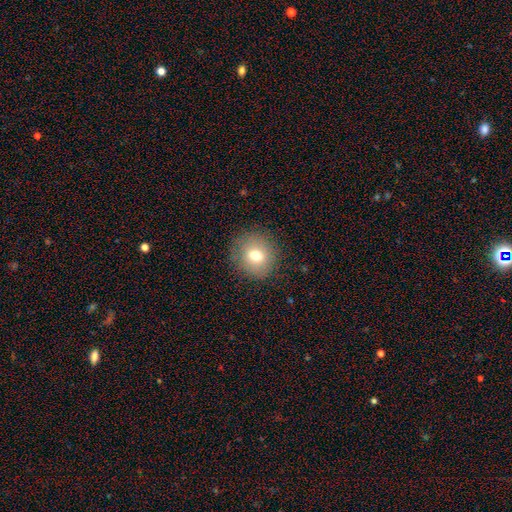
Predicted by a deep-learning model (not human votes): The model was most divided on "smooth or featured": smooth: 73%, featured or disk: 15%, star or artifact: 12%. More confident: how rounded — round (87%); merging — none (87%).